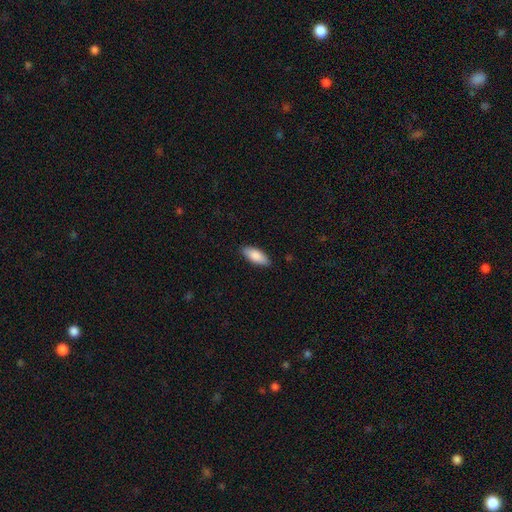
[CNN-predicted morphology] This appears to be a smooth galaxy with no disk features (87%) that is in between round and cigar-shaped (83%). Merging: none (87%).